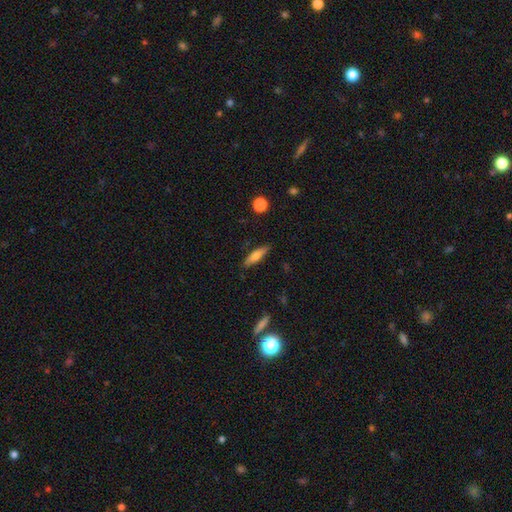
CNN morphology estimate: A smooth galaxy with no disk features (67%) that is cigar-shaped (70%). Merging: none (86%).